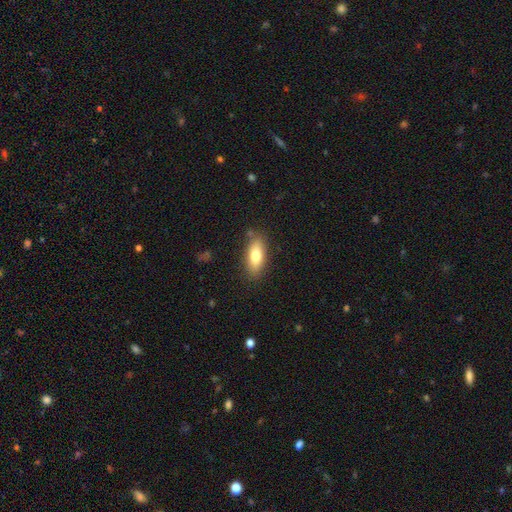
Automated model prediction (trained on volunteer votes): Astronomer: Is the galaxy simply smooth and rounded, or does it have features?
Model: smooth — 78%.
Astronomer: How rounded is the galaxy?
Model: in between — 78%.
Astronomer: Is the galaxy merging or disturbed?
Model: none — 83%.